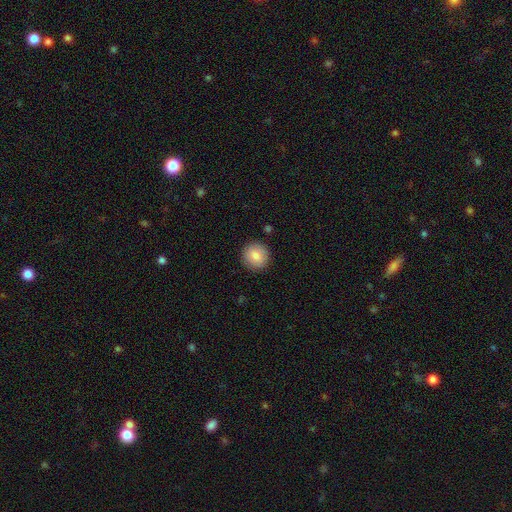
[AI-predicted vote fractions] Smooth or featured: smooth — 84% (featured or disk — 9%)
How rounded: round — 93% (in between — 6%)
Merging: none — 91% (minor disturbance — 6%)